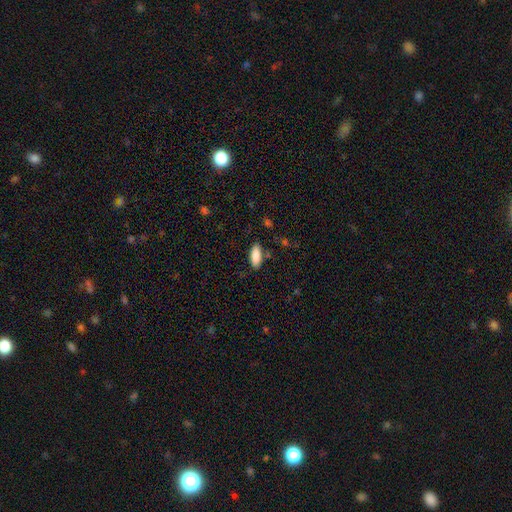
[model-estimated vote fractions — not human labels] Overall: smooth (88%). How rounded: in between (79%). Merging: none (83%).